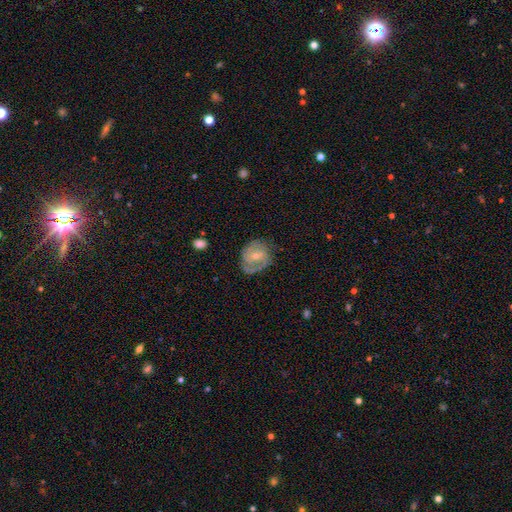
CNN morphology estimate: featured or disk 64%, smooth 29%, star or artifact 6%. Down the decision tree: edge-on disk — no (97%); bar — weak (44%, tied with no); spiral arms — yes (81%); spiral arm count — 2 (57%); spiral winding — medium (43%); bulge size — small (57%); merging — none (58%).